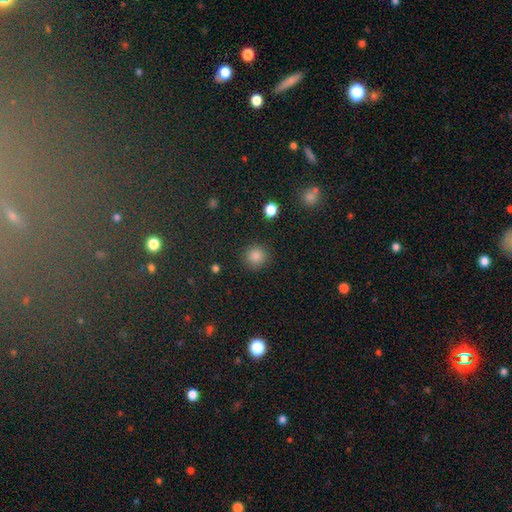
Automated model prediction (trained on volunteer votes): Smooth or featured? Predicted: smooth (p=0.84). How rounded? Predicted: round (p=0.92). Merging? Predicted: none (p=0.89).